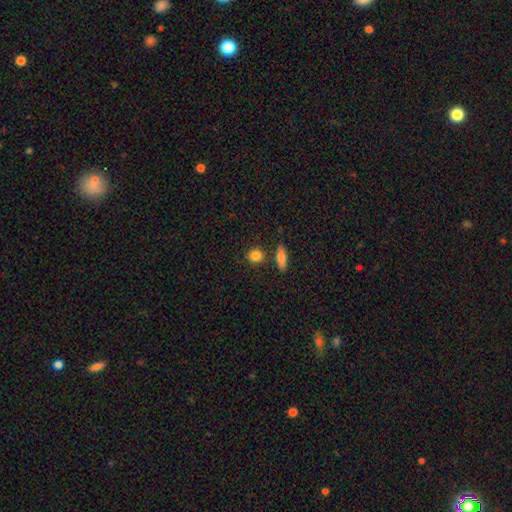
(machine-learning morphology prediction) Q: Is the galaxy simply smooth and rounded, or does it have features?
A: smooth — 85%.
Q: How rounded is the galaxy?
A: round — 77%.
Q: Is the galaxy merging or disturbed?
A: none — 80%.